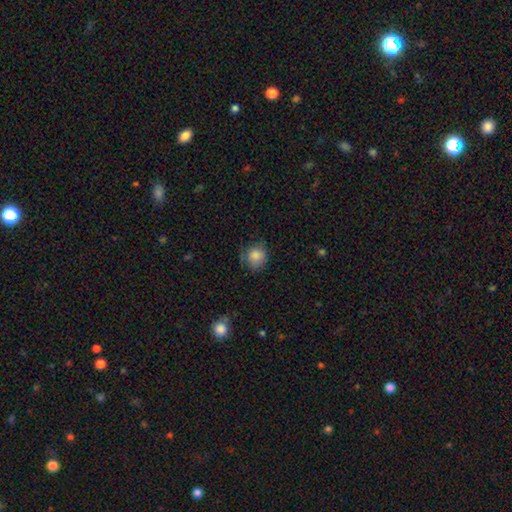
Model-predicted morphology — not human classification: smooth_or_featured: smooth (p=0.83) [alt: star or artifact p=0.09]
how_rounded: round (p=0.81) [alt: in between p=0.18]
merging: none (p=0.67) [alt: minor disturbance p=0.24]